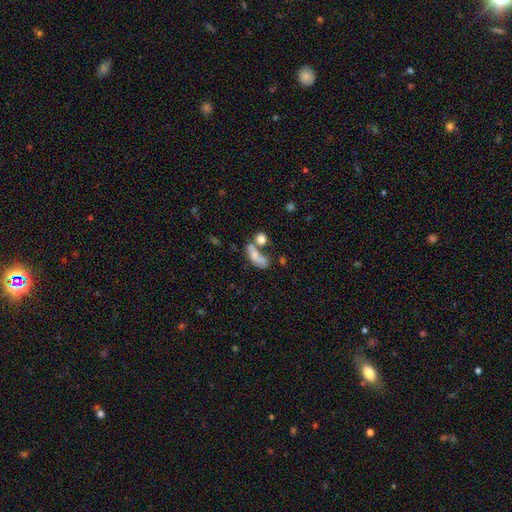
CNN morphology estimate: Smooth or featured?
  - smooth: 68% *
  - featured or disk: 21%
  - star or artifact: 11%
How rounded?
  - in between: 66% *
  - cigar-shaped: 23%
  - round: 11%
Merging?
  - merger: 46% *
  - none: 25%
  - major disturbance: 15%
  - minor disturbance: 13%